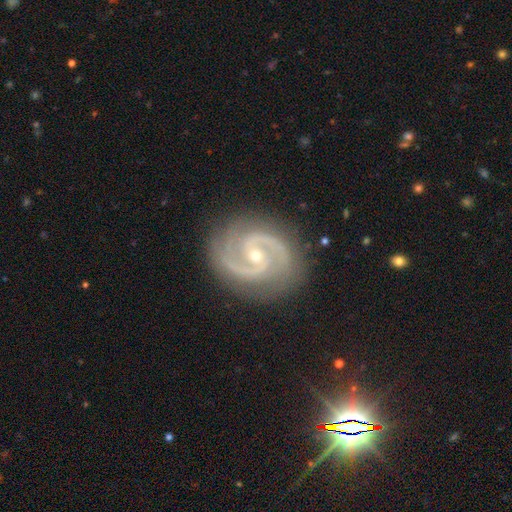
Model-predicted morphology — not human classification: This is clearly a featured or disk galaxy (93%). It is clearly not viewed edge-on (98%). Bar: possibly no (49%). Spiral arm pattern: clearly yes (99%). Spiral arm count: clearly 2 (89%). Spiral winding: possibly medium (54%). Central bulge: likely small (63%). Merging: clearly none (85%).